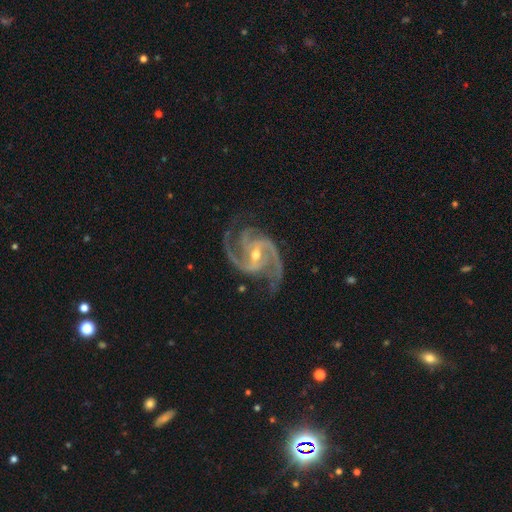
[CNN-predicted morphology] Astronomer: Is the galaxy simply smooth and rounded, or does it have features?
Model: featured or disk — 94%.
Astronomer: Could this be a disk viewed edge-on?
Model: no — 98%.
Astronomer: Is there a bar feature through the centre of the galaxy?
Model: strong — 41% (runner-up: weak, 40%).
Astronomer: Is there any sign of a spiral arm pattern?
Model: yes — 99%.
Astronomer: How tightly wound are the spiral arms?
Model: medium — 60%.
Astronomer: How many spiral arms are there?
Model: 3 — 45% (runner-up: 2, 33%).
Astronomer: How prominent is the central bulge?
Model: small — 50% (runner-up: moderate, 47%).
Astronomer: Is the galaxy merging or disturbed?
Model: none — 73%.